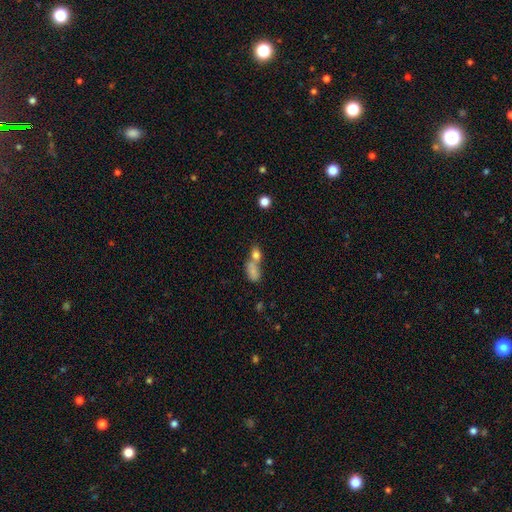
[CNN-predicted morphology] type=smooth (78%); roundness=in between (71%); merging=merger (60%).